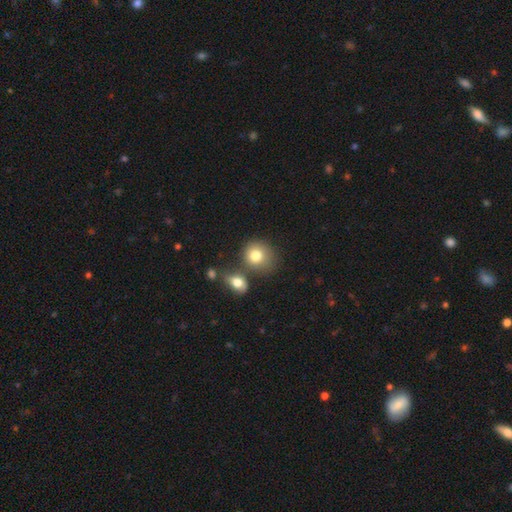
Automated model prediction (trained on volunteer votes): Smooth or featured?
  - smooth: 79% *
  - featured or disk: 11%
  - star or artifact: 10%
How rounded?
  - round: 77% *
  - in between: 22%
  - cigar-shaped: 1%
Merging?
  - none: 56% *
  - merger: 23%
  - minor disturbance: 14%
  - major disturbance: 6%